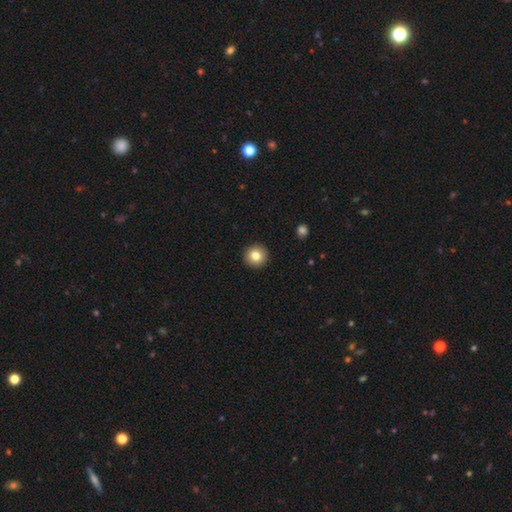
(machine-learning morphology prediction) Overall: smooth (81%). How rounded: round (95%). Merging: none (93%).